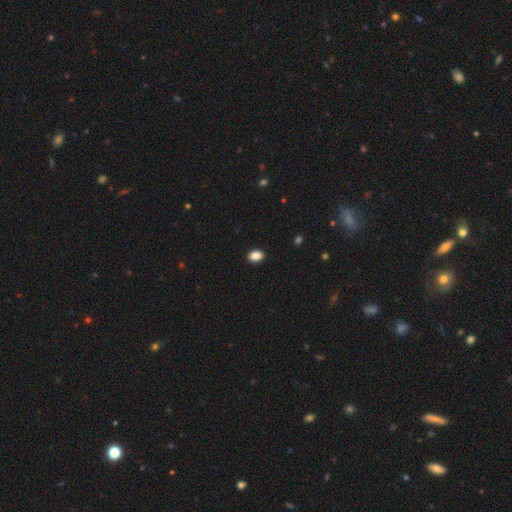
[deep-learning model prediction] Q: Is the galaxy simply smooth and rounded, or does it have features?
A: smooth — 87%.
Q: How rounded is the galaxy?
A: in between — 76%.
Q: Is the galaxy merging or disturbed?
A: none — 91%.